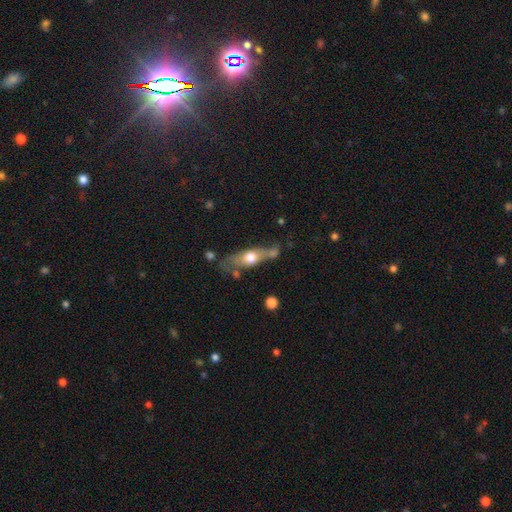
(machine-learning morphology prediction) The model was most divided on "smooth or featured": featured or disk: 57%, smooth: 32%, star or artifact: 11%. More confident: edge-on disk — yes (71%); merging — none (58%).